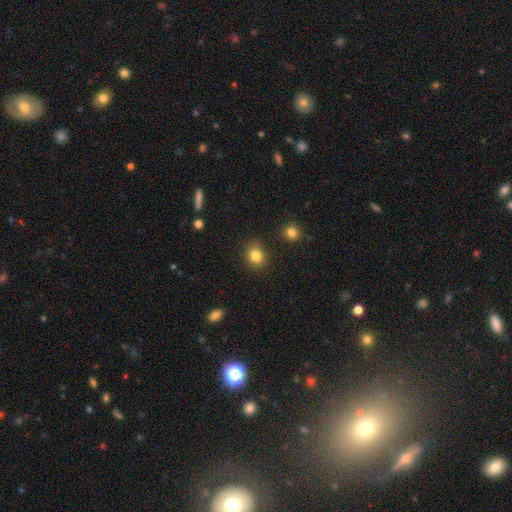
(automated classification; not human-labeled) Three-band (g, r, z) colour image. It shows a smooth galaxy with no disk features (83%) that is round (69%). Merging: none (83%).